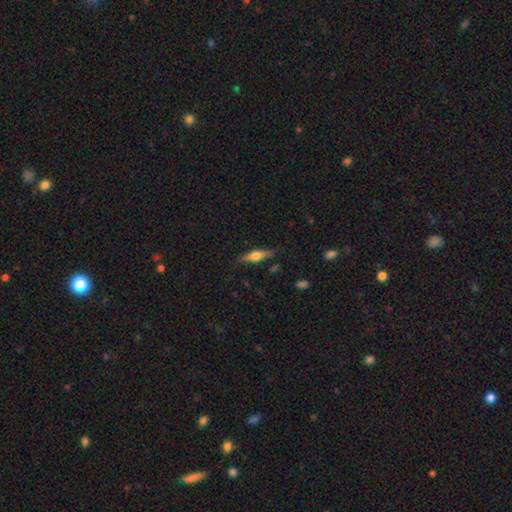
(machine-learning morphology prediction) Q: Smooth or featured?
A: featured or disk (49%); runner-up: smooth (44%)
Q: Merging?
A: none (83%); runner-up: minor disturbance (12%)